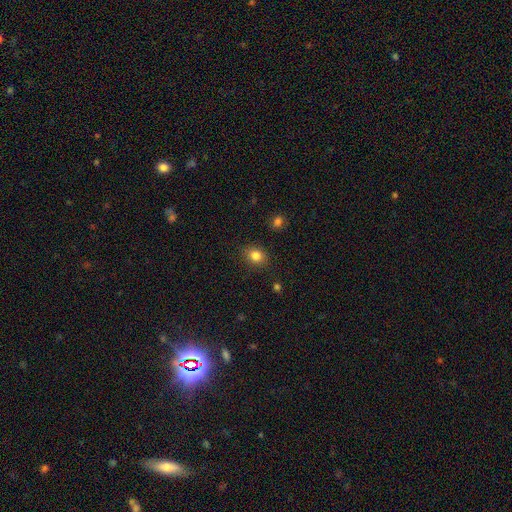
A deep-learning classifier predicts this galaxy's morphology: type=smooth (83%); roundness=round (57%); merging=none (86%).